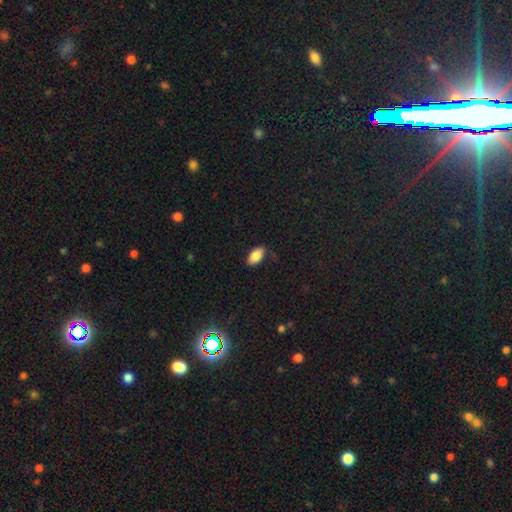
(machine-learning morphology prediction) Smooth or featured: smooth — 85% (featured or disk — 7%)
How rounded: in between — 93% (cigar-shaped — 4%)
Merging: none — 77% (minor disturbance — 18%)